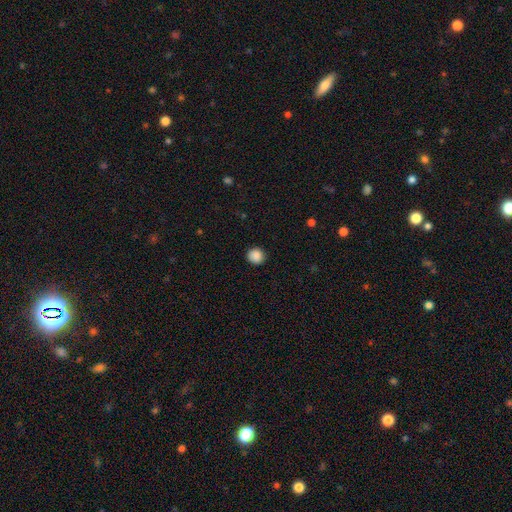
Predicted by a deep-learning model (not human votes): A smooth galaxy with no disk features (88%) that is round (91%). Merging: none (91%).